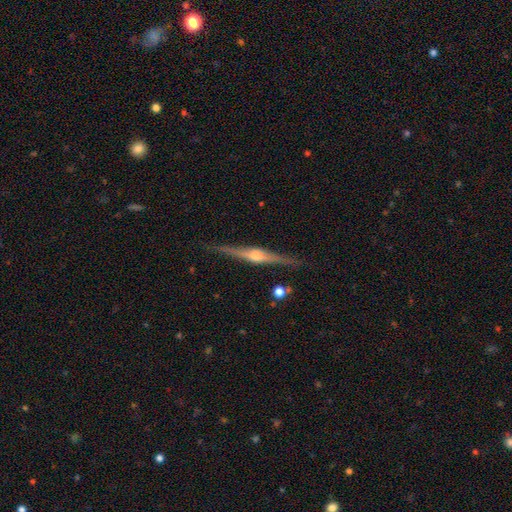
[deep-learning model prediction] Smooth or featured?
  - featured or disk: 82% *
  - smooth: 13%
  - star or artifact: 6%
Edge-on disk?
  - yes: 98% *
  - no: 2%
Edge-on bulge?
  - rounded: 83% *
  - boxy: 12%
  - none: 5%
Merging?
  - none: 88% *
  - minor disturbance: 9%
  - major disturbance: 2%
  - merger: 2%